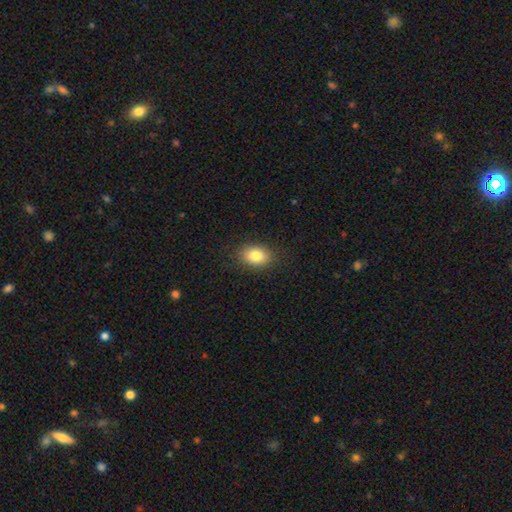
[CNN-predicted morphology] Smooth or featured: smooth — 82% (featured or disk — 9%)
How rounded: in between — 79% (round — 19%)
Merging: none — 87% (minor disturbance — 9%)